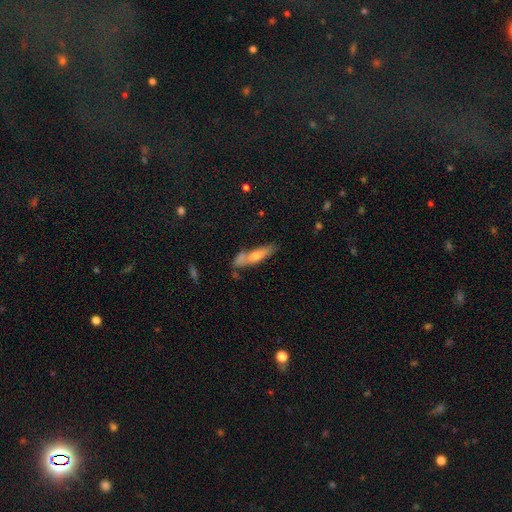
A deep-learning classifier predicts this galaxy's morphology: smooth 55%, featured or disk 38%, star or artifact 7%. Down the decision tree: how rounded — cigar-shaped (76%); merging — none (58%).